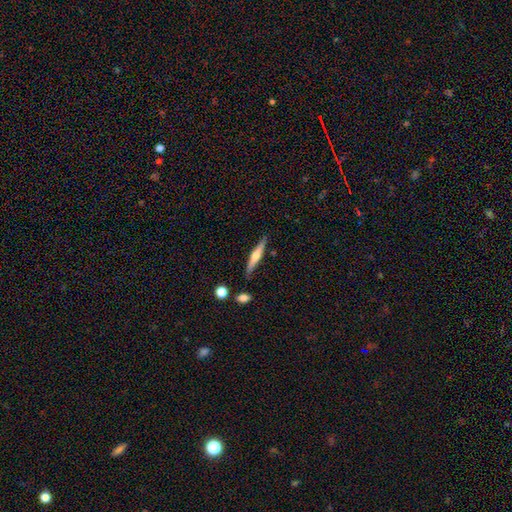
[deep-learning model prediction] Smooth or featured?
  - featured or disk: 55% *
  - smooth: 39%
  - star or artifact: 6%
Edge-on disk?
  - yes: 96% *
  - no: 4%
Edge-on bulge?
  - rounded: 81% *
  - none: 11%
  - boxy: 8%
Merging?
  - none: 84% *
  - minor disturbance: 11%
  - merger: 3%
  - major disturbance: 2%